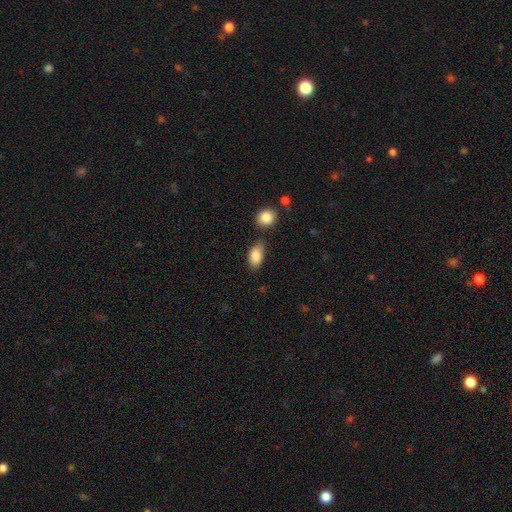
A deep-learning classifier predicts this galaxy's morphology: A smooth galaxy with no disk features (86%) that is in between round and cigar-shaped (91%). Merging: none (68%).